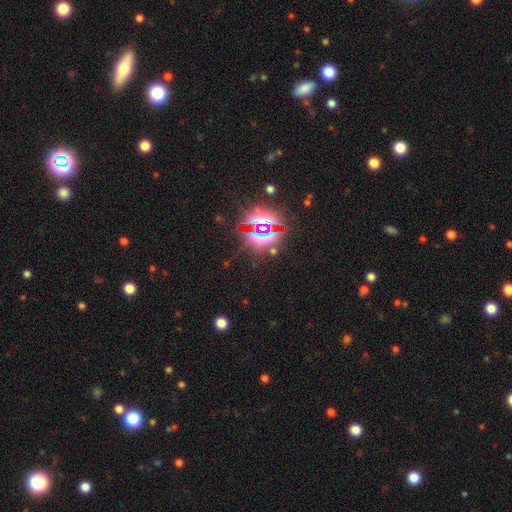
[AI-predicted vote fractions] smooth-or-featured: star or artifact: 83% | smooth: 10% | featured or disk: 7%